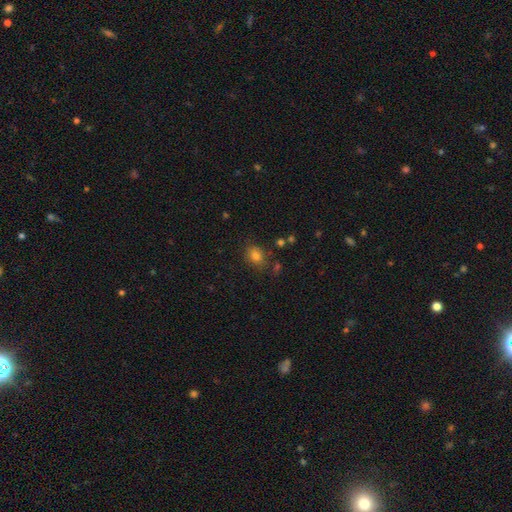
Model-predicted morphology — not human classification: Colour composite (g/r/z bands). It shows a smooth galaxy with no disk features (78%) that is in between round and cigar-shaped (53%). Merging: none (78%).